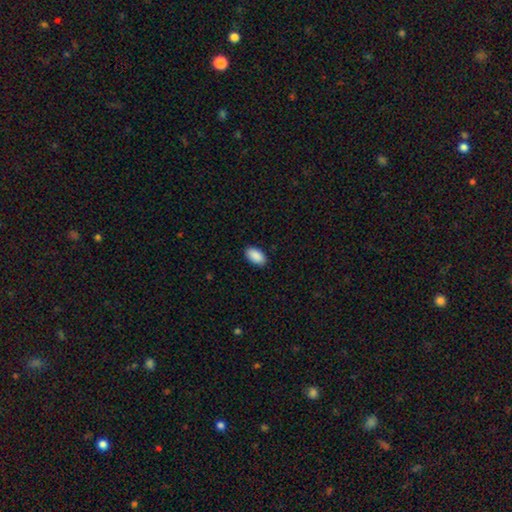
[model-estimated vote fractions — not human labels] Smooth or featured? smooth (91%)
How rounded? in between (95%)
Merging? none (89%)